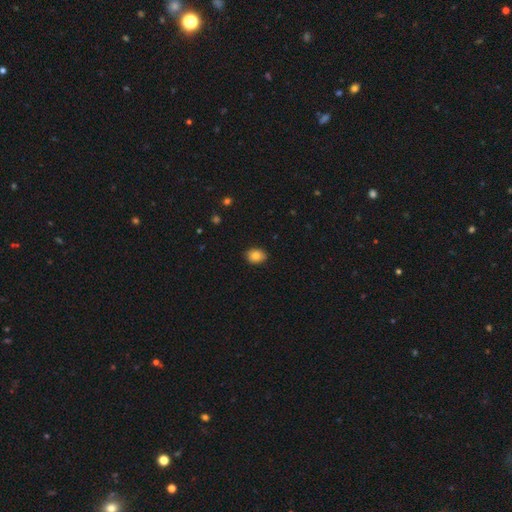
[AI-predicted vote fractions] Q: Smooth or featured?
A: smooth (83%); runner-up: star or artifact (9%)
Q: How rounded?
A: in between (57%); runner-up: round (42%)
Q: Merging?
A: none (89%); runner-up: minor disturbance (9%)